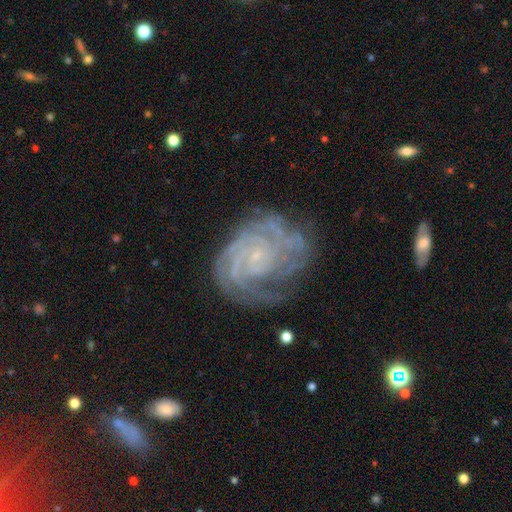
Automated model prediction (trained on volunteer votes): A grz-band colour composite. It shows a featured or disk galaxy (87%) with no bar (76%), tight (75%) spiral arms (97%) and a small central bulge (85%). Merging: none (64%).